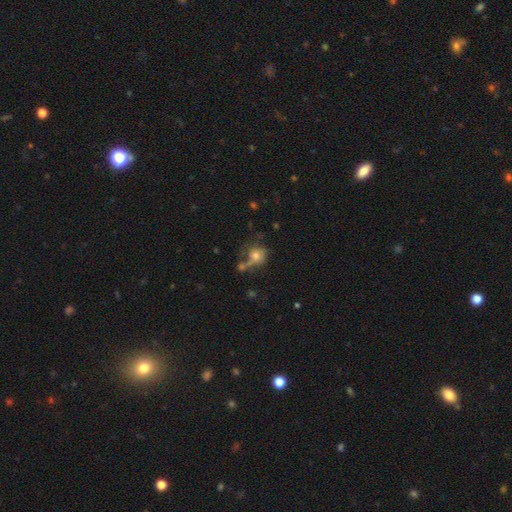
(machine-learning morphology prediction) Overall: smooth (61%; featured or disk 25%). How rounded: round (72%). Merging: none (41%; merger 21%).